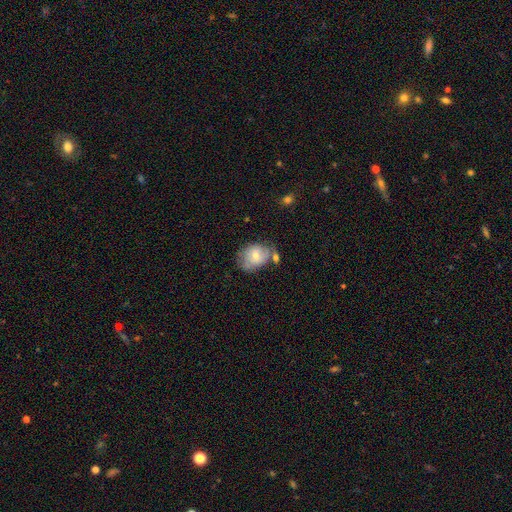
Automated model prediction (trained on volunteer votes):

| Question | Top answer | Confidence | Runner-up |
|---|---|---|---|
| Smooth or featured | smooth | 50% | featured or disk (41%) |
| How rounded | in between | 59% | round (40%) |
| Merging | none | 47% | minor disturbance (27%) |